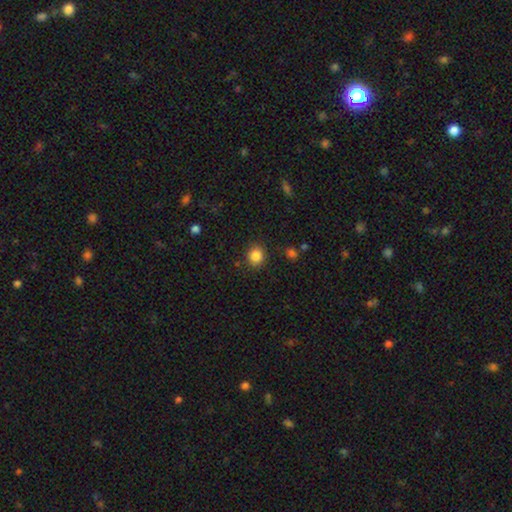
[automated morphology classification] A smooth galaxy with no disk features (85%) that is round (83%).

Vote fractions:
- Smooth or featured? smooth: 85% / star or artifact: 11% / featured or disk: 4%
- How rounded? round: 83% / in between: 16% / cigar-shaped: 1%
- Merging? none: 88% / minor disturbance: 8% / major disturbance: 3% / merger: 2%